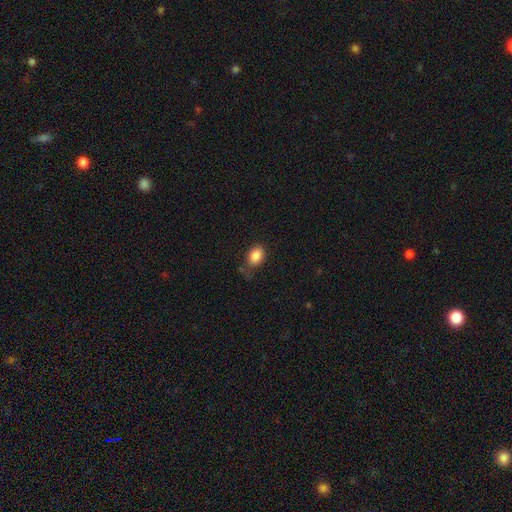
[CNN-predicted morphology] Smooth or featured: smooth — 86% (star or artifact — 9%)
How rounded: in between — 72% (round — 27%)
Merging: none — 66% (minor disturbance — 23%)